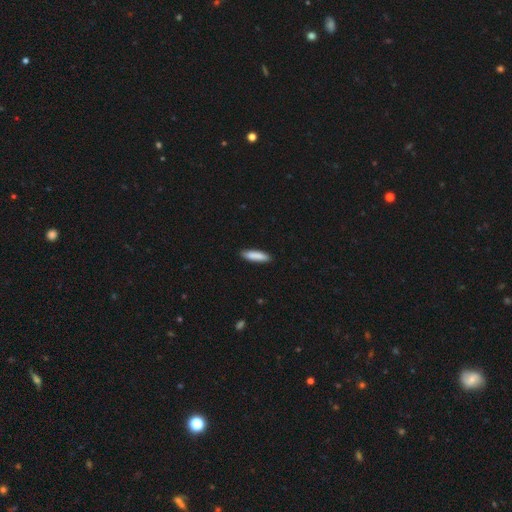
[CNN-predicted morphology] A smooth galaxy with no disk features (87%) that is cigar-shaped (72%). Merging: none (89%).